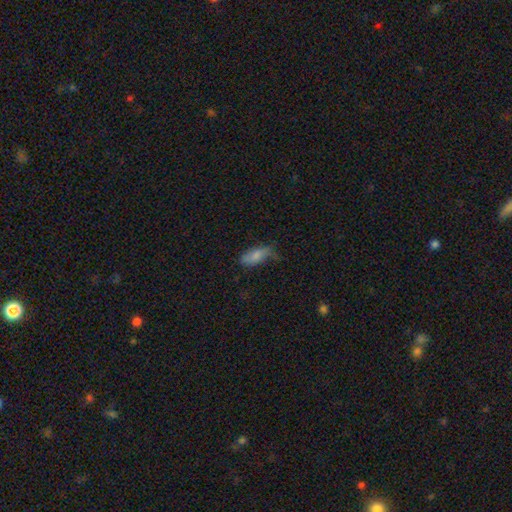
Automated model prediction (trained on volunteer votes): Smooth or featured? smooth (79%)
How rounded? in between (82%)
Merging? none (48%)